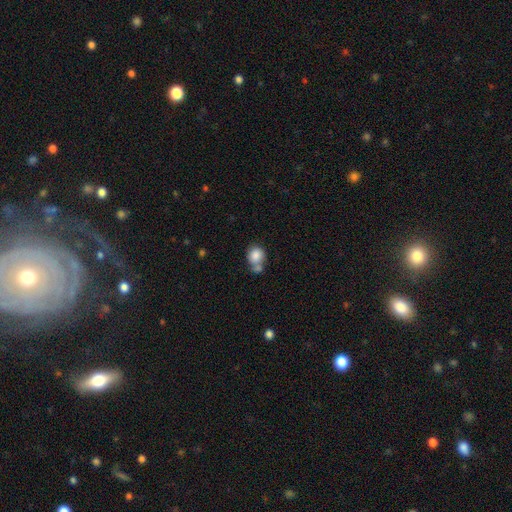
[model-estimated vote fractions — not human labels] This is clearly a smooth galaxy (83%). How rounded: likely round (72%). Merging: marginally none (41%).